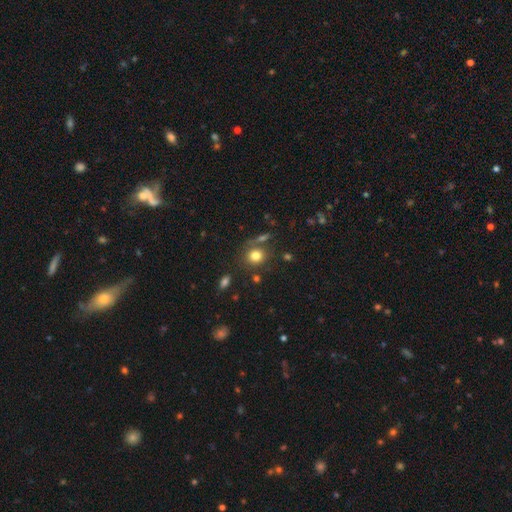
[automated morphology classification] smooth 79%, star or artifact 12%, featured or disk 9%. Down the decision tree: how rounded — round (77%); merging — none (72%).